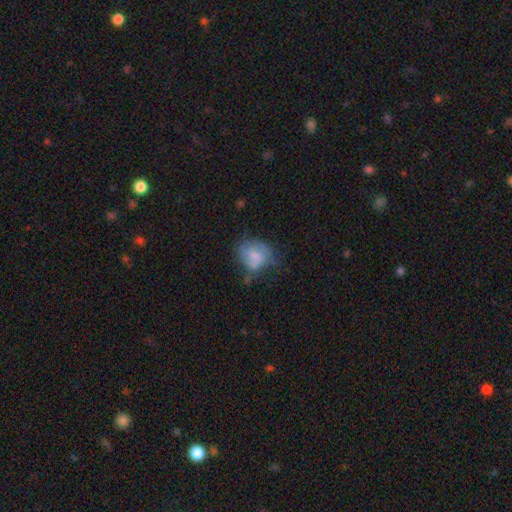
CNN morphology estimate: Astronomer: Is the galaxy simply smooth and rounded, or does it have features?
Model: smooth — 62%.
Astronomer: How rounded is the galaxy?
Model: round — 52% (runner-up: in between, 47%).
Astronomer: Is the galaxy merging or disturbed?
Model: none — 37% (runner-up: minor disturbance, 33%).